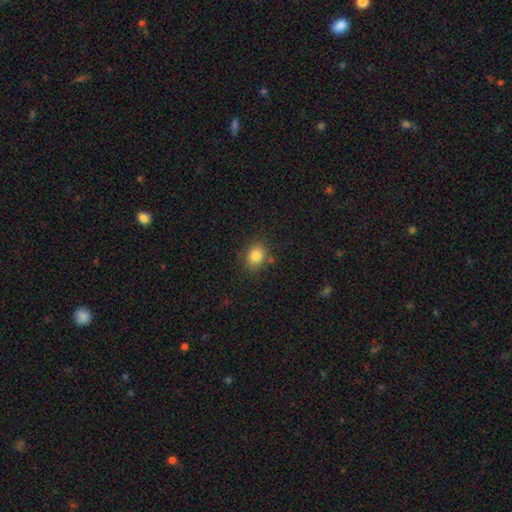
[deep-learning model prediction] Q: Smooth or featured?
A: smooth (85%); runner-up: star or artifact (10%)
Q: How rounded?
A: round (53%); runner-up: in between (46%)
Q: Merging?
A: none (79%); runner-up: minor disturbance (13%)